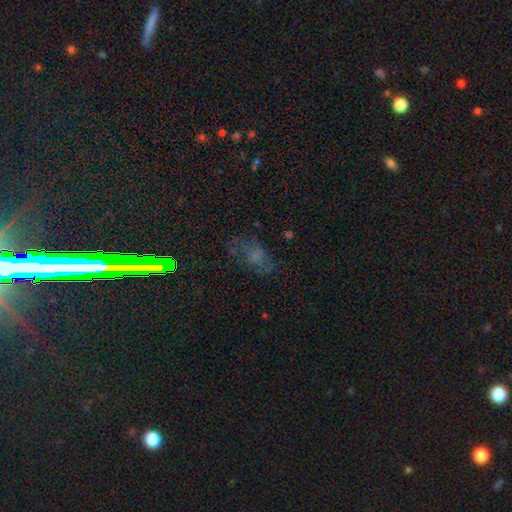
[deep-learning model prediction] Overall: smooth (40%; featured or disk 32%). Merging: none (58%; minor disturbance 22%).